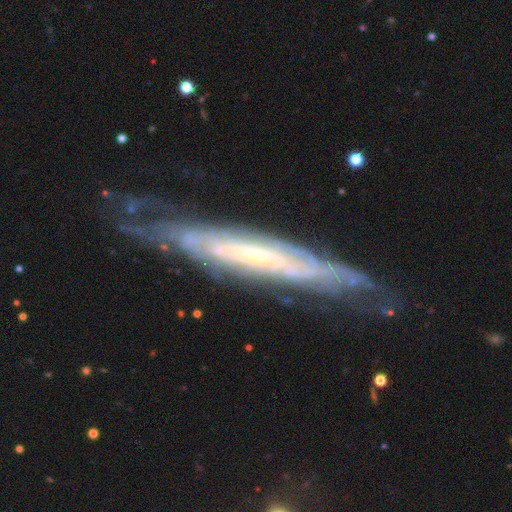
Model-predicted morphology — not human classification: The model was most divided on "edge-on disk": no: 55%, yes: 45%. More confident: smooth or featured — featured or disk (83%); merging — none (70%).